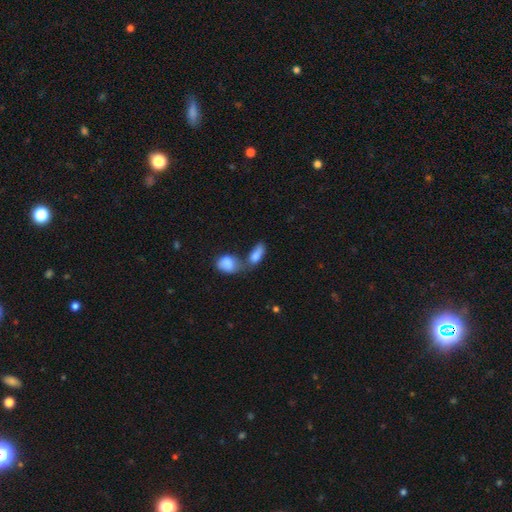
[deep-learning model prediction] smooth 80%, featured or disk 12%, star or artifact 8%. Down the decision tree: how rounded — in between (83%); merging — merger (60%).